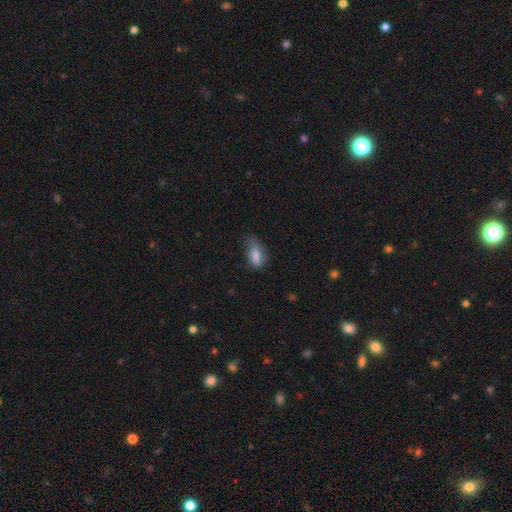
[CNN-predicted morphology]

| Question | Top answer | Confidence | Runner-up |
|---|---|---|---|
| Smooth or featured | smooth | 78% | featured or disk (14%) |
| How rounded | in between | 86% | cigar-shaped (8%) |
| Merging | none | 45% | minor disturbance (38%) |